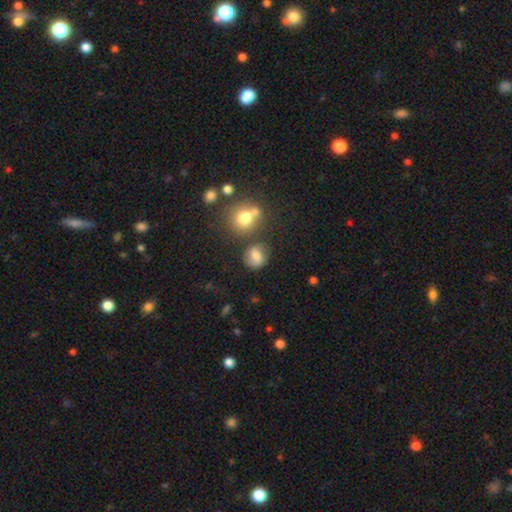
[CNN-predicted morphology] Overall: smooth (67%). How rounded: round (69%; in between 30%). Merging: none (66%).